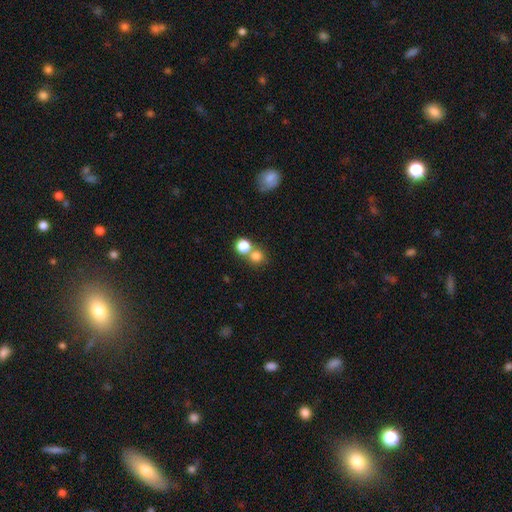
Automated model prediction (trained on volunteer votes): Smooth or featured? smooth (78%)
How rounded? round (89%)
Merging? none (54%)